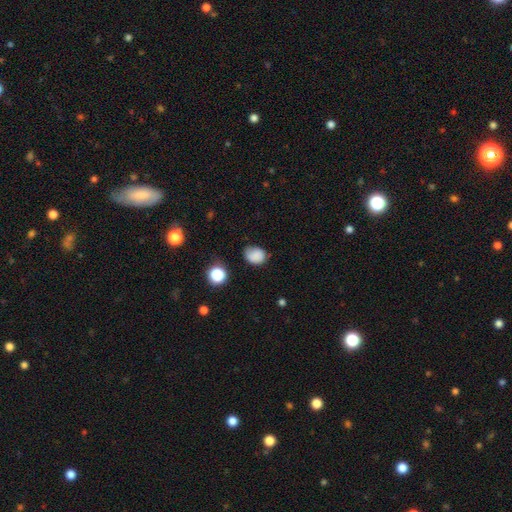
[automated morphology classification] The model was most divided on "how rounded": round: 50%, in between: 49%, cigar-shaped: 1%. More confident: smooth or featured — smooth (81%); merging — none (64%).